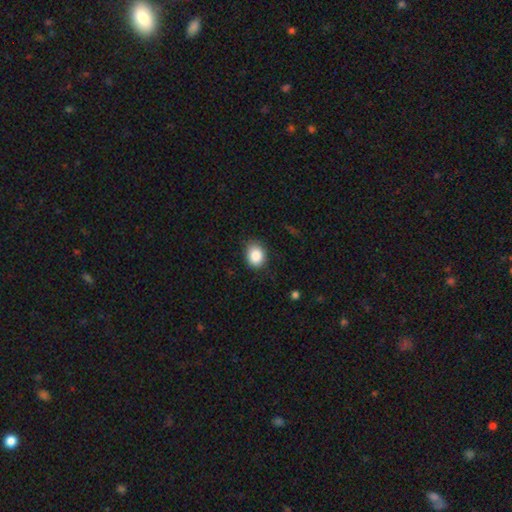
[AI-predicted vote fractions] This is clearly a smooth galaxy (87%). How rounded: possibly in between (50%). Merging: likely none (79%).